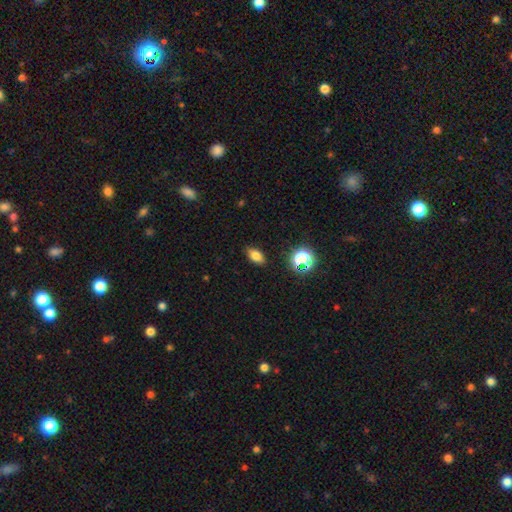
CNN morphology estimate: Smooth or featured?
  - smooth: 78% *
  - star or artifact: 13%
  - featured or disk: 9%
How rounded?
  - in between: 86% *
  - round: 11%
  - cigar-shaped: 3%
Merging?
  - none: 88% *
  - minor disturbance: 9%
  - major disturbance: 2%
  - merger: 1%